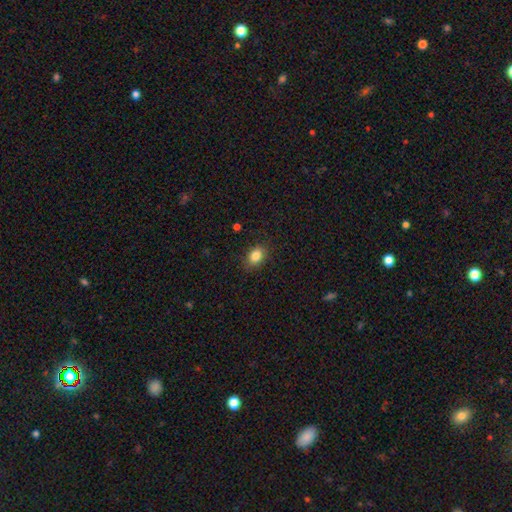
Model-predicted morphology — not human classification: Q: Smooth or featured?
A: smooth (84%); runner-up: star or artifact (10%)
Q: How rounded?
A: in between (70%); runner-up: round (29%)
Q: Merging?
A: none (84%); runner-up: minor disturbance (12%)